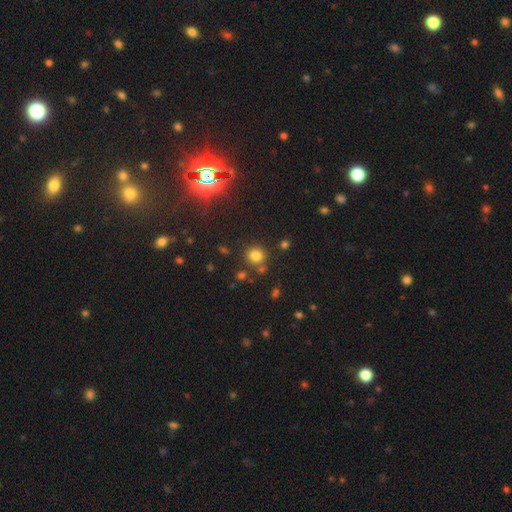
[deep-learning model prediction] Smooth or featured? smooth (77%)
How rounded? round (89%)
Merging? none (79%)